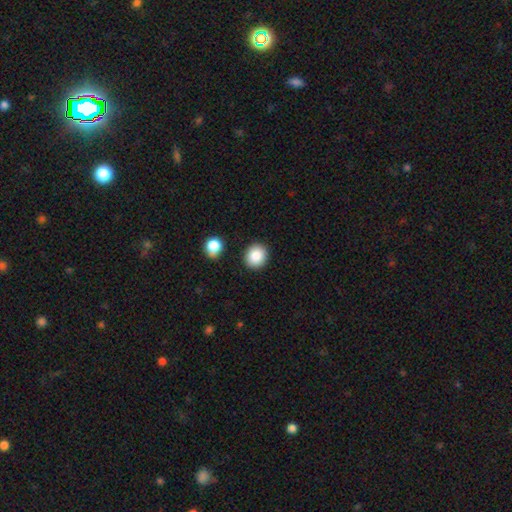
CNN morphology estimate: smooth 86%, star or artifact 9%, featured or disk 5%. Down the decision tree: how rounded — round (79%); merging — none (88%).